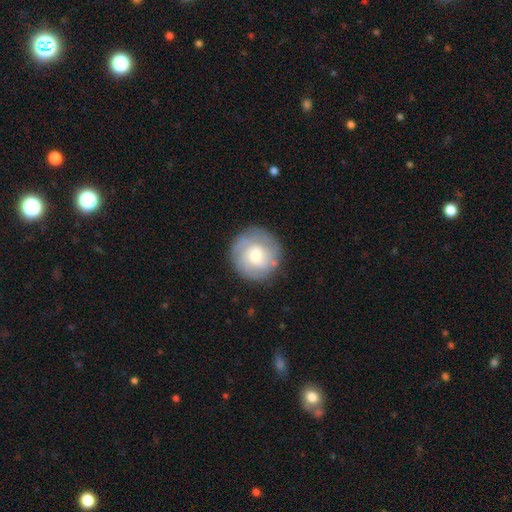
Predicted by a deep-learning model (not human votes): A smooth galaxy with no disk features (50%) that is round (93%).

Vote fractions:
- Smooth or featured? smooth: 50% / featured or disk: 43% / star or artifact: 7%
- How rounded? round: 93% / in between: 6% / cigar-shaped: 1%
- Merging? none: 80% / minor disturbance: 13% / major disturbance: 5% / merger: 2%